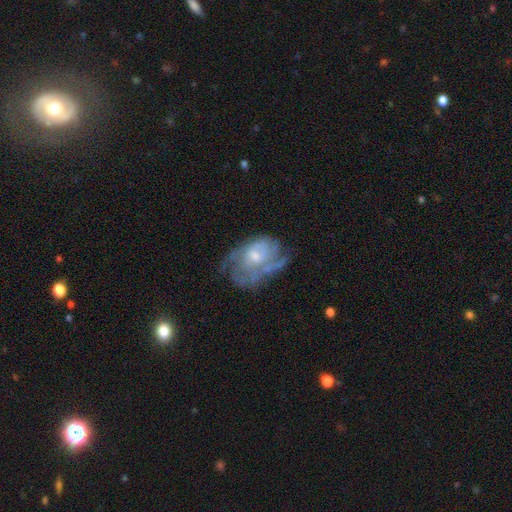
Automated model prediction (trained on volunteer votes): Q: Smooth or featured?
A: featured or disk (73%); runner-up: smooth (19%)
Q: Edge-on disk?
A: no (96%); runner-up: yes (4%)
Q: Bar?
A: no (73%); runner-up: weak (24%)
Q: Spiral arms?
A: yes (75%); runner-up: no (25%)
Q: Spiral winding?
A: tight (44%); runner-up: medium (37%)
Q: Spiral arm count?
A: can't tell (48%); runner-up: 2 (22%)
Q: Bulge size?
A: small (50%); runner-up: moderate (42%)
Q: Merging?
A: none (43%); runner-up: major disturbance (29%)